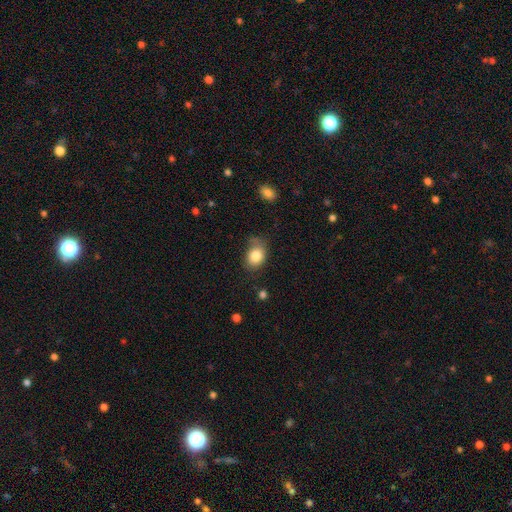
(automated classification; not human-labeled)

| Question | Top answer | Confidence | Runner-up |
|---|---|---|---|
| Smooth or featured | smooth | 82% | star or artifact (9%) |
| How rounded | in between | 61% | round (38%) |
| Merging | none | 57% | minor disturbance (30%) |